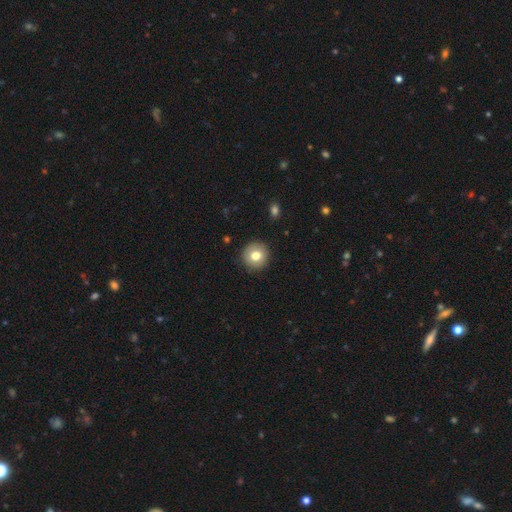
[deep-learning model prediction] smooth_or_featured: smooth (p=0.77) [alt: featured or disk p=0.14]
how_rounded: round (p=0.93) [alt: in between p=0.06]
merging: none (p=0.91) [alt: minor disturbance p=0.06]